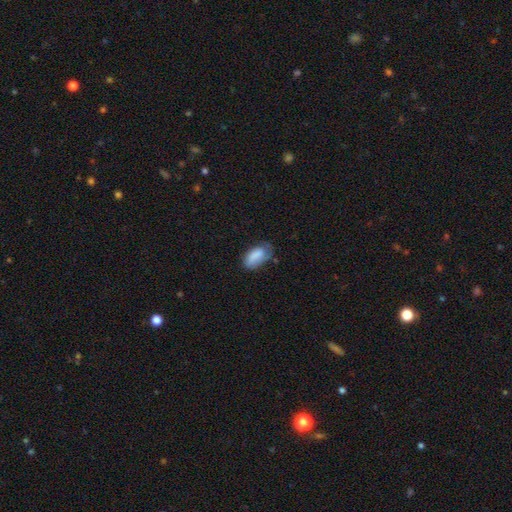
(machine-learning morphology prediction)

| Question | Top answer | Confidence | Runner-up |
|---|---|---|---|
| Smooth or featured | smooth | 78% | featured or disk (15%) |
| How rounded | in between | 93% | round (4%) |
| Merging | none | 51% | minor disturbance (34%) |